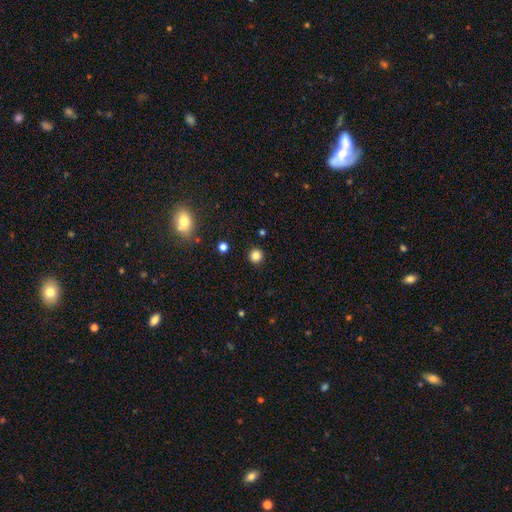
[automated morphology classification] A smooth galaxy with no disk features (84%) that is round (93%). Merging: none (92%).